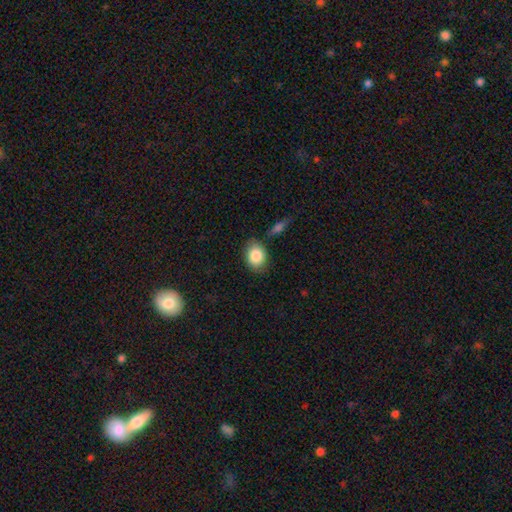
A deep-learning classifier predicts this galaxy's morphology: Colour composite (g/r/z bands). It shows a smooth galaxy with no disk features (85%) that is in between round and cigar-shaped (64%). Merging: none (75%).